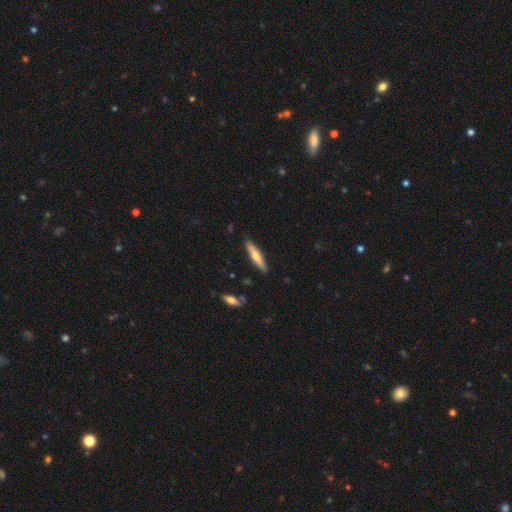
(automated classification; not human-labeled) Q: Smooth or featured?
A: smooth (50%); runner-up: featured or disk (45%)
Q: Merging?
A: none (88%); runner-up: minor disturbance (9%)